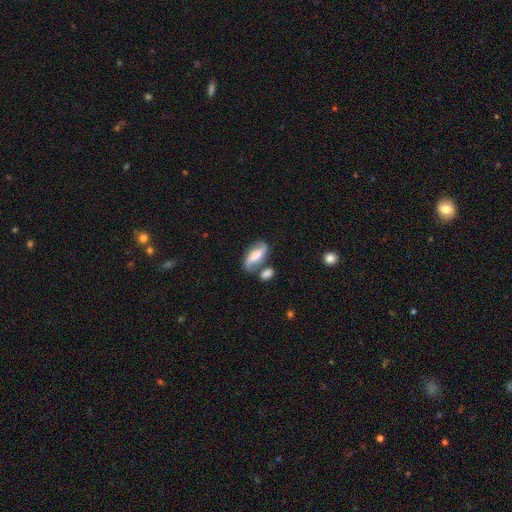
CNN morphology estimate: type=featured or disk (51%); edge-on=no (88%); merging=none (52%).